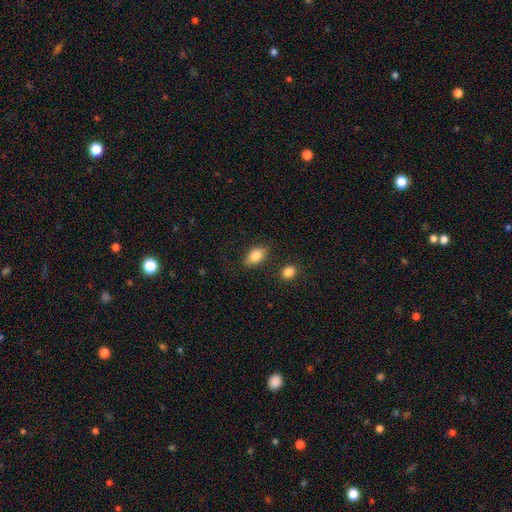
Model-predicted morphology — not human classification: A smooth galaxy with no disk features (81%) that is in between round and cigar-shaped (88%).

Vote fractions:
- Smooth or featured? smooth: 81% / featured or disk: 11% / star or artifact: 8%
- How rounded? in between: 88% / round: 8% / cigar-shaped: 4%
- Merging? none: 81% / minor disturbance: 12% / merger: 4% / major disturbance: 3%